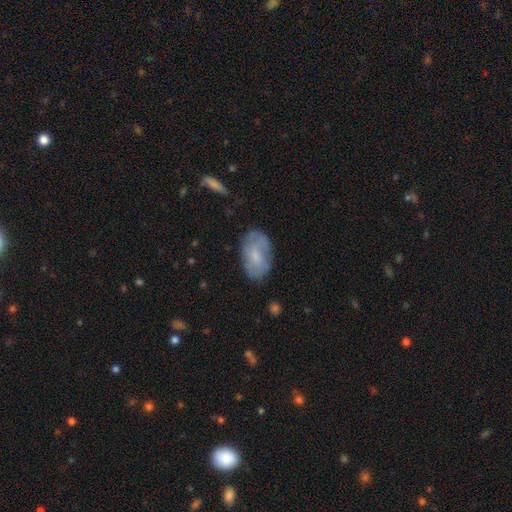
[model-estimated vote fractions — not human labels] smooth_or_featured: smooth (p=0.51) [alt: featured or disk p=0.42]
how_rounded: in between (p=0.91) [alt: round p=0.07]
merging: none (p=0.71) [alt: minor disturbance p=0.21]